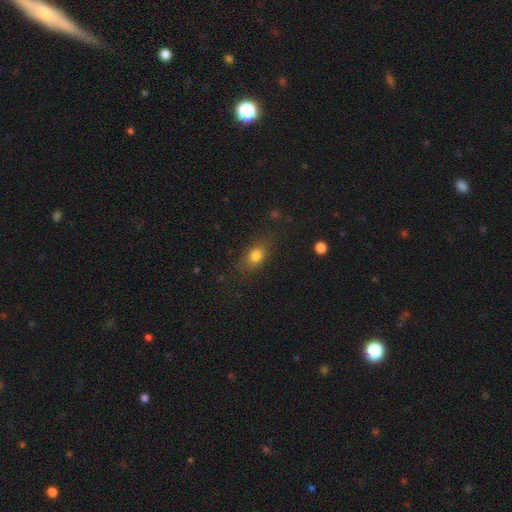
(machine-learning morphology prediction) smooth-or-featured: smooth: 79% | star or artifact: 11% | featured or disk: 10%
  how-rounded: in between: 65% | round: 28% | cigar-shaped: 7%
  merging: none: 74% | minor disturbance: 17% | major disturbance: 7% | merger: 2%